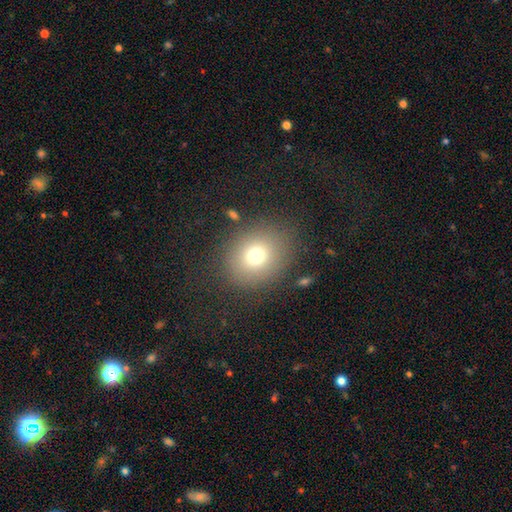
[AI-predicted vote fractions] Smooth or featured?
  - smooth: 73% *
  - star or artifact: 15%
  - featured or disk: 12%
How rounded?
  - round: 69% *
  - in between: 30%
  - cigar-shaped: 1%
Merging?
  - none: 83% *
  - minor disturbance: 10%
  - major disturbance: 5%
  - merger: 2%